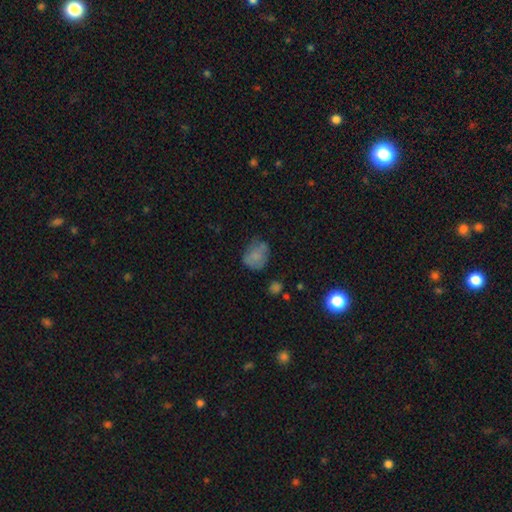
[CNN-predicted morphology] type=smooth (68%); roundness=round (54%); merging=none (50%).